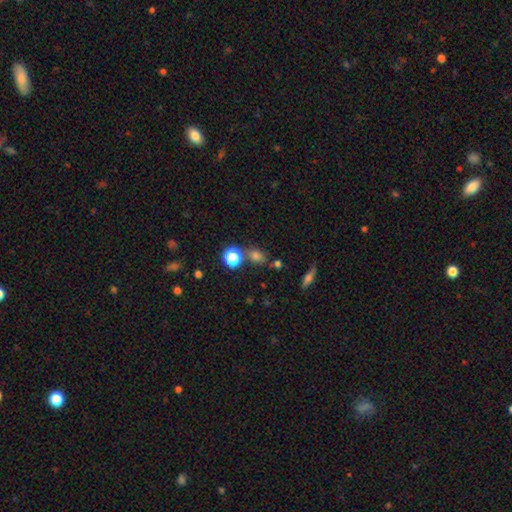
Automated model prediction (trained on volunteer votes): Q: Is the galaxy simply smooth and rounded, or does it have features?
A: smooth — 72%.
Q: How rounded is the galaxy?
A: round — 52%.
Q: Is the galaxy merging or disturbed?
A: none — 72%.